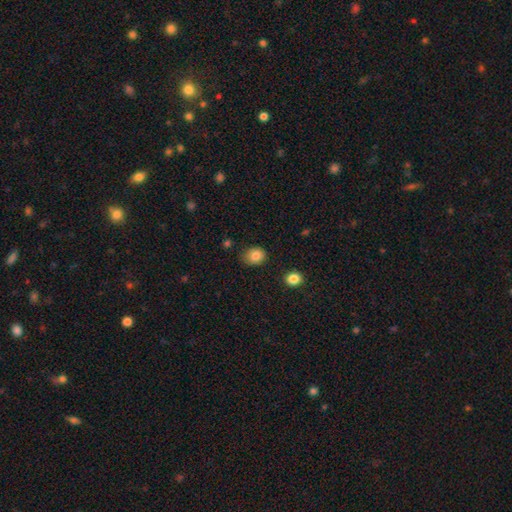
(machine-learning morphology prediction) The model was most divided on "how rounded": round: 61%, in between: 38%, cigar-shaped: 1%. More confident: smooth or featured — smooth (83%); merging — none (77%).